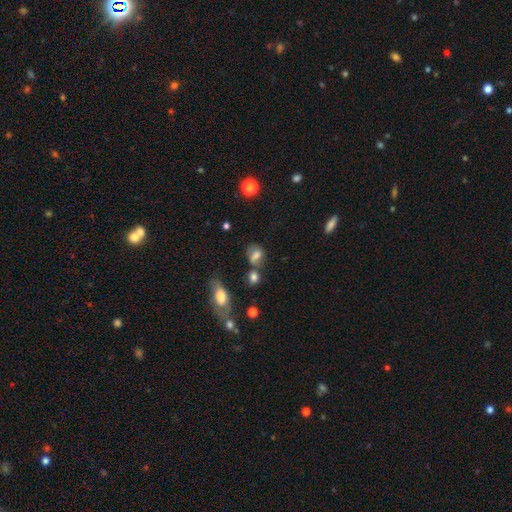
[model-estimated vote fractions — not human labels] Q: Smooth or featured?
A: smooth (69%); runner-up: featured or disk (18%)
Q: How rounded?
A: in between (67%); runner-up: round (30%)
Q: Merging?
A: none (45%); runner-up: merger (23%)